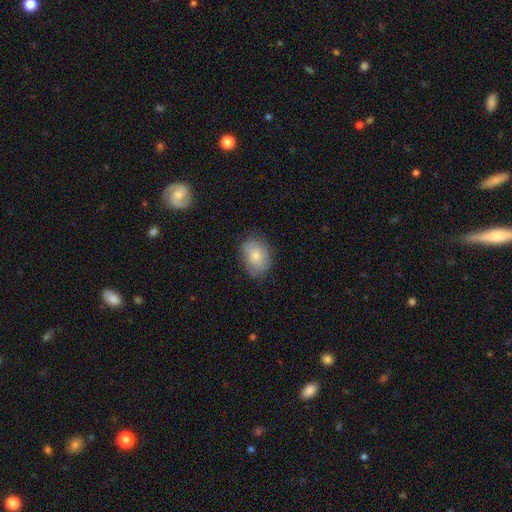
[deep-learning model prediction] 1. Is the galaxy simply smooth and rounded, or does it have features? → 77% smooth, 16% featured or disk, 7% star or artifact.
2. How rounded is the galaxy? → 70% in between, 29% round, 1% cigar-shaped.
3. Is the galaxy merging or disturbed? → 71% none, 22% minor disturbance, 6% major disturbance, 1% merger.